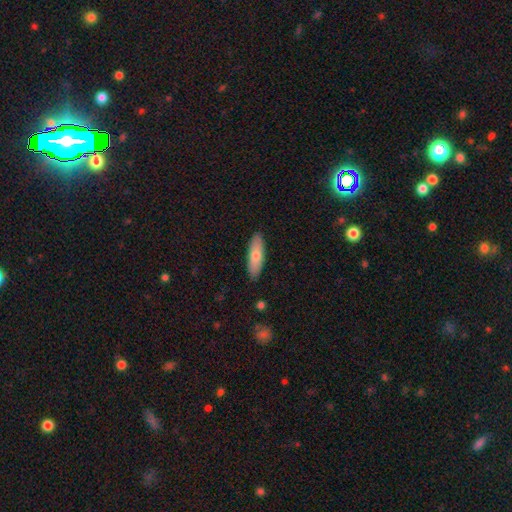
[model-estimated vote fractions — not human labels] The model was most divided on "how rounded" (2-way tie): cigar-shaped: 49%, in between: 49%, round: 2%. More confident: merging — none (89%); smooth or featured — smooth (71%).